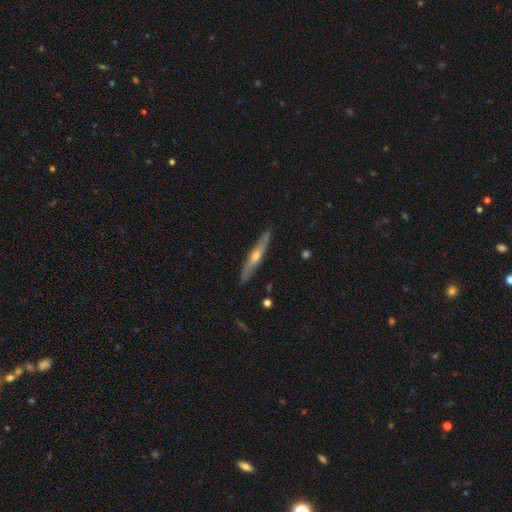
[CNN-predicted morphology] Smooth or featured? Predicted: featured or disk (p=0.66). Edge-on disk? Predicted: yes (p=0.91). Edge-on bulge? Predicted: rounded (p=0.82). Merging? Predicted: none (p=0.87).